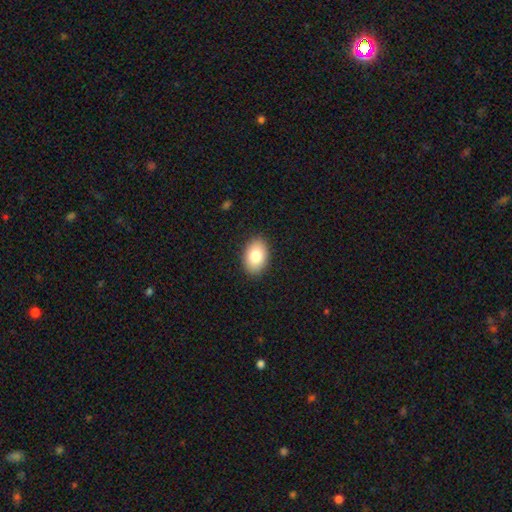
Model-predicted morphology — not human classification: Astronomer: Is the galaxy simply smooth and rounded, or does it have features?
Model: smooth — 82%.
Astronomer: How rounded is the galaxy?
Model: in between — 86%.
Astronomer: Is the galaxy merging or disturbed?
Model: none — 89%.